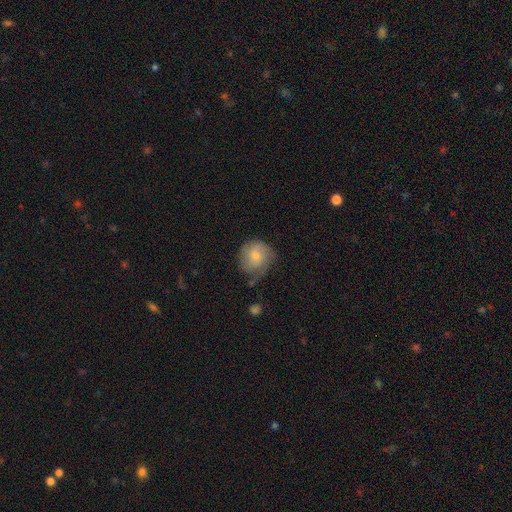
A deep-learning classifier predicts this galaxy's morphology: The model was most divided on "merging": none: 53%, minor disturbance: 32%, major disturbance: 12%, merger: 3%. More confident: how rounded — round (84%); smooth or featured — smooth (62%).